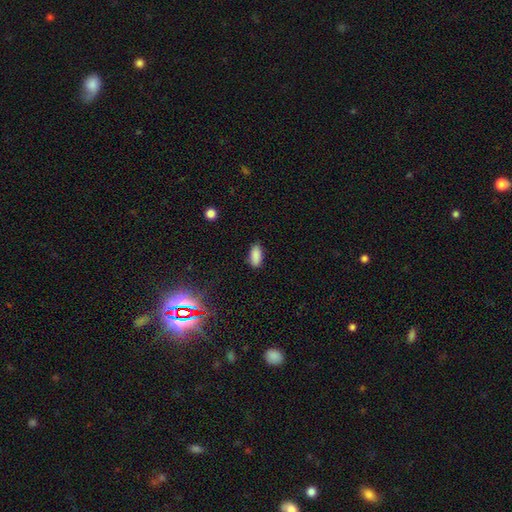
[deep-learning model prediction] smooth_or_featured: smooth (p=0.86) [alt: star or artifact p=0.10]
how_rounded: in between (p=0.90) [alt: cigar-shaped p=0.07]
merging: none (p=0.83) [alt: minor disturbance p=0.13]